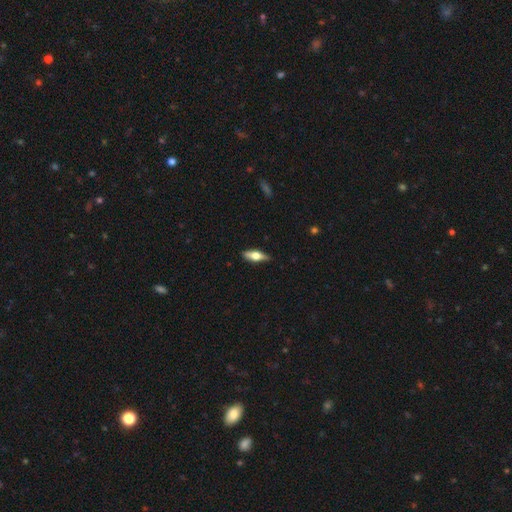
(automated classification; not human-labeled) The model was most divided on "smooth or featured": featured or disk: 49%, smooth: 45%, star or artifact: 6%. More confident: merging — none (86%).